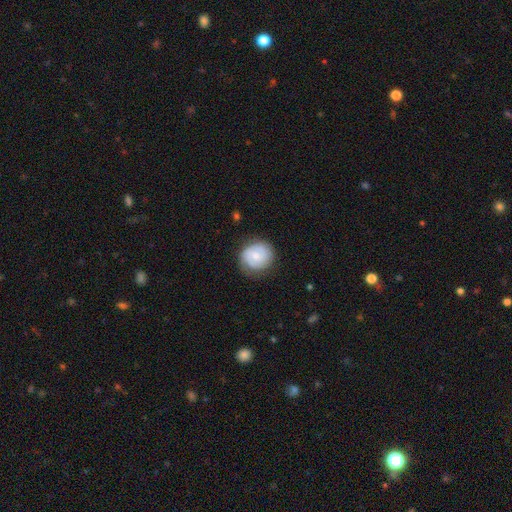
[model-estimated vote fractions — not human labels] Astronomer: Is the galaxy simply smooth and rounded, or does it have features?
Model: smooth — 52% (runner-up: featured or disk, 41%).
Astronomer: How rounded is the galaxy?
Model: round — 82%.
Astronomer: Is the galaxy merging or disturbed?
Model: none — 75%.